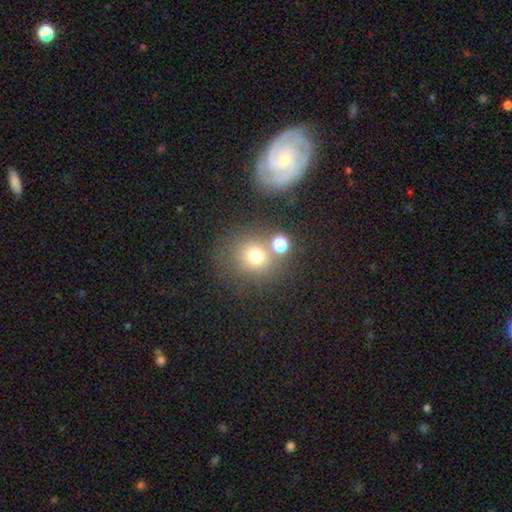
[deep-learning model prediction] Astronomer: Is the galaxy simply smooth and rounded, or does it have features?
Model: smooth — 70%.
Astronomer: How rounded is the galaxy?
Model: round — 85%.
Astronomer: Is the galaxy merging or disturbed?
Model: none — 63%.